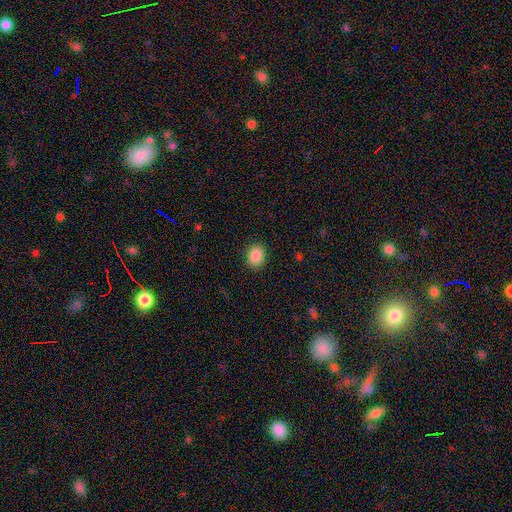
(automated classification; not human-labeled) smooth_or_featured: smooth (p=0.88) [alt: star or artifact p=0.08]
how_rounded: round (p=0.50) [alt: in between p=0.49]
merging: none (p=0.89) [alt: minor disturbance p=0.08]